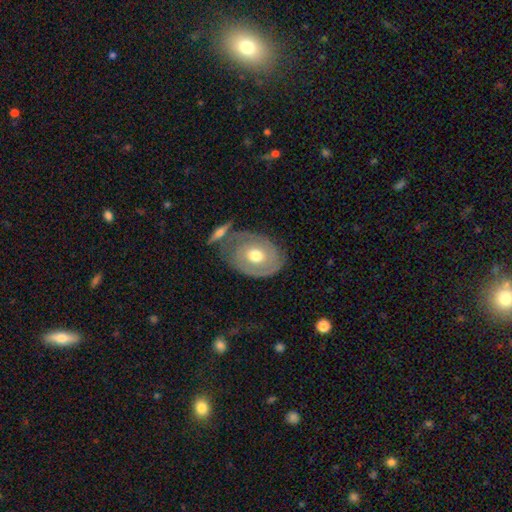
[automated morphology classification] smooth_or_featured: featured or disk (p=0.61) [alt: smooth p=0.33]
disk_edge_on: no (p=0.93) [alt: yes p=0.07]
bar: no (p=0.82) [alt: weak p=0.15]
has_spiral_arms: yes (p=0.61) [alt: no p=0.39]
bulge_size: moderate (p=0.75) [alt: large p=0.12]
merging: none (p=0.62) [alt: minor disturbance p=0.18]